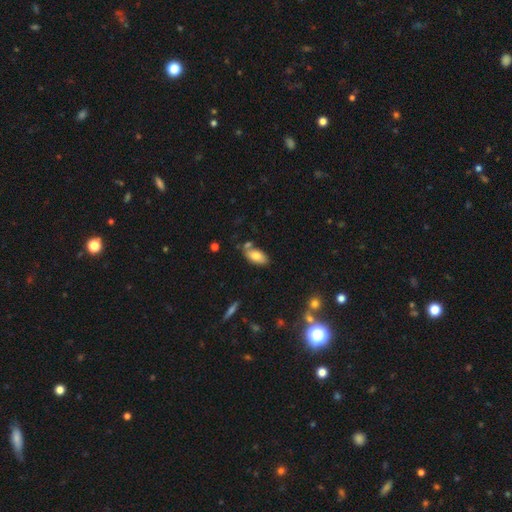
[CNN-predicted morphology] Smooth or featured? Predicted: smooth (p=0.78). How rounded? Predicted: in between (p=0.92). Merging? Predicted: none (p=0.66).